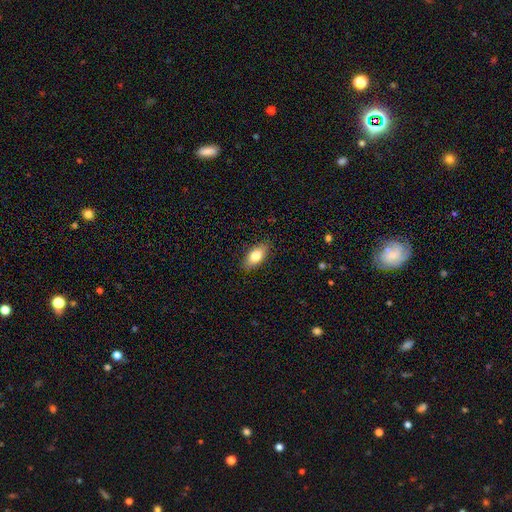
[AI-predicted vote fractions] Q: Smooth or featured?
A: smooth (78%); runner-up: featured or disk (16%)
Q: How rounded?
A: in between (86%); runner-up: cigar-shaped (10%)
Q: Merging?
A: none (87%); runner-up: minor disturbance (10%)